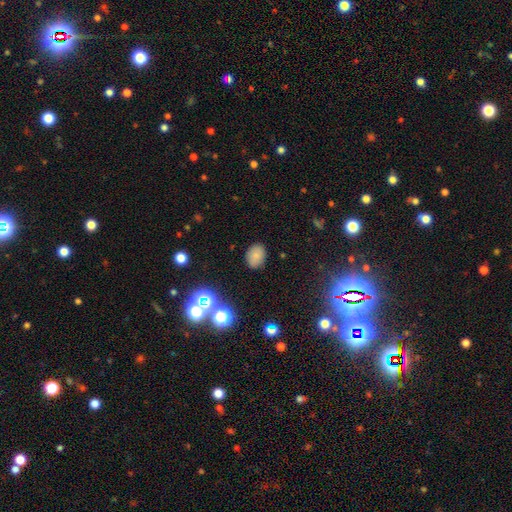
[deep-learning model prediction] Smooth or featured? Predicted: smooth (p=0.78). How rounded? Predicted: in between (p=0.68). Merging? Predicted: none (p=0.85).